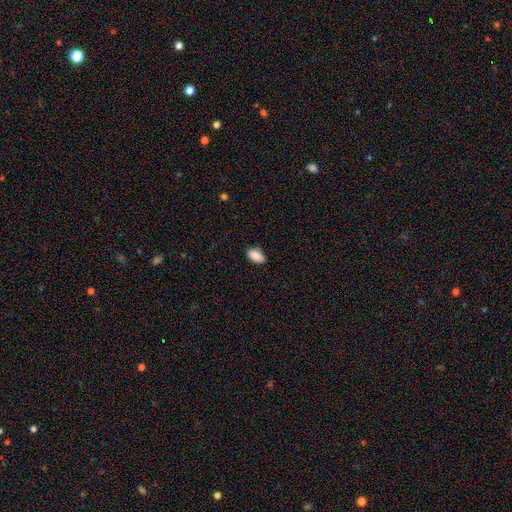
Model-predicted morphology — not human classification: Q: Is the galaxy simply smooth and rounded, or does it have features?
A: smooth — 88%.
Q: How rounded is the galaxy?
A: in between — 93%.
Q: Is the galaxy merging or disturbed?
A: none — 81%.